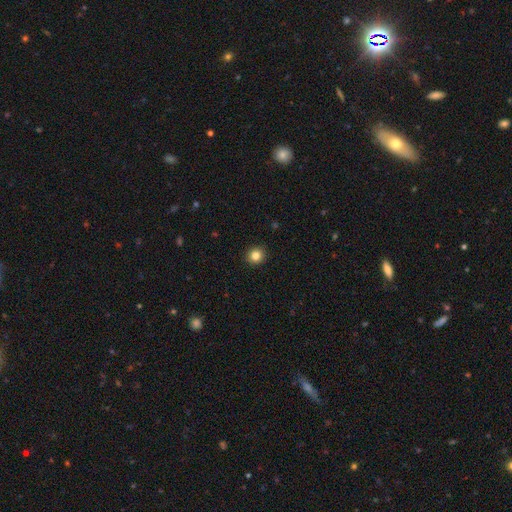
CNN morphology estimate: Overall: smooth (83%). How rounded: round (91%). Merging: none (93%).